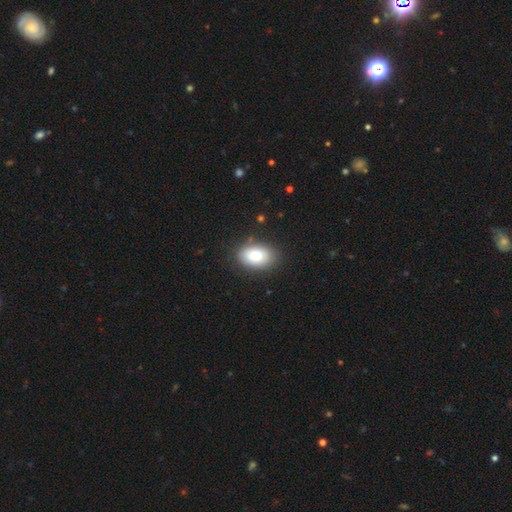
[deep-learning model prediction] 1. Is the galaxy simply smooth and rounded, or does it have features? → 83% smooth, 10% featured or disk, 7% star or artifact.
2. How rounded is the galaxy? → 89% in between, 9% round, 1% cigar-shaped.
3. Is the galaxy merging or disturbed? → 82% none, 13% minor disturbance, 3% major disturbance, 2% merger.